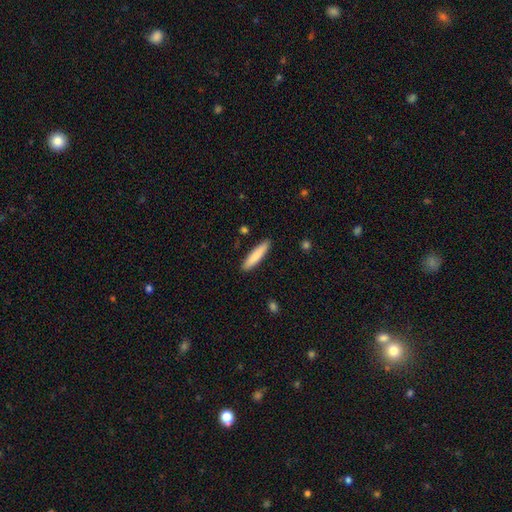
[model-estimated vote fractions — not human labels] Smooth or featured?
  - smooth: 82% *
  - featured or disk: 12%
  - star or artifact: 5%
How rounded?
  - cigar-shaped: 83% *
  - in between: 16%
  - round: 1%
Merging?
  - none: 90% *
  - minor disturbance: 8%
  - major disturbance: 2%
  - merger: 1%